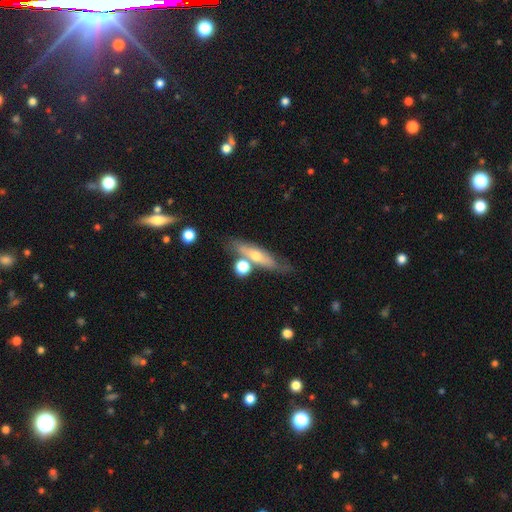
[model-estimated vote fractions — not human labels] A featured or disk galaxy (48%).

Vote fractions:
- Smooth or featured? featured or disk: 48% / smooth: 45% / star or artifact: 7%
- Merging? none: 66% / minor disturbance: 16% / merger: 13% / major disturbance: 5%